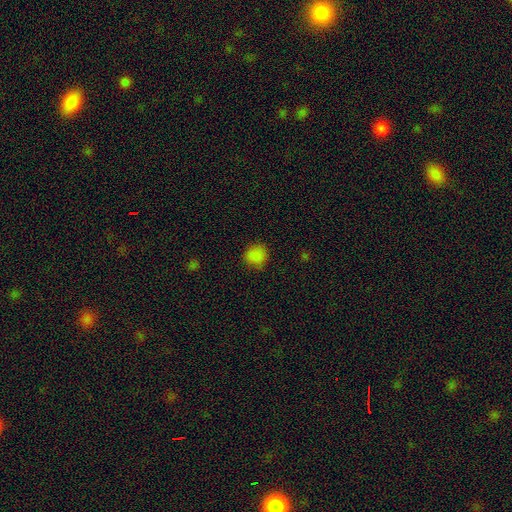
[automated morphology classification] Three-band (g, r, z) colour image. It shows a smooth galaxy with no disk features (84%) that is round (86%). Merging: none (83%).